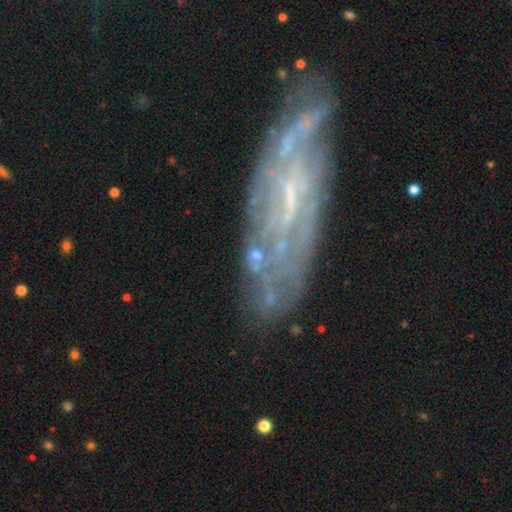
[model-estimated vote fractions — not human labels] Smooth or featured?
  - featured or disk: 53% *
  - star or artifact: 24%
  - smooth: 23%
Edge-on disk?
  - no: 86% *
  - yes: 14%
Merging?
  - none: 47% *
  - major disturbance: 21%
  - minor disturbance: 21%
  - merger: 11%